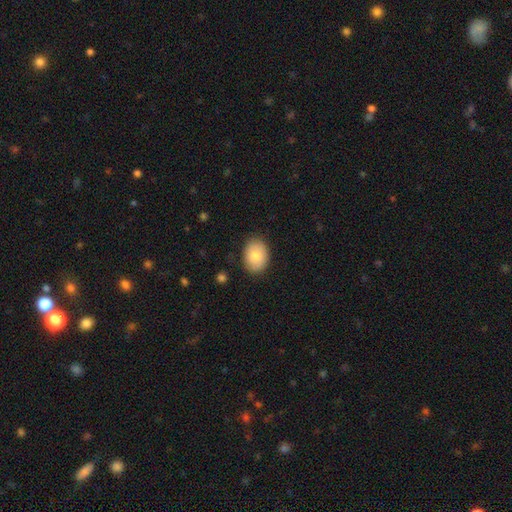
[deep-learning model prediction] Smooth or featured? smooth (82%)
How rounded? in between (72%)
Merging? none (85%)